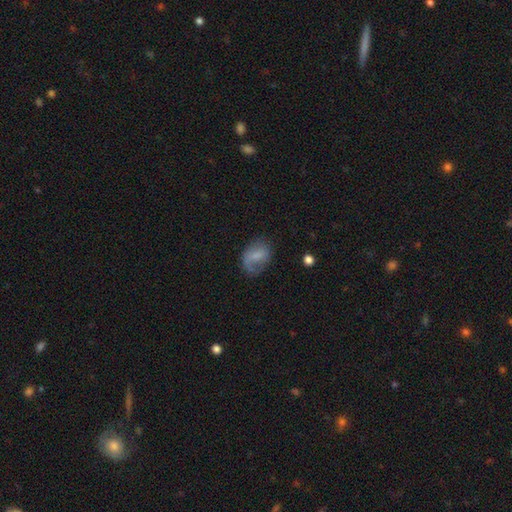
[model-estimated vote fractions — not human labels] This is likely a smooth galaxy (62%). How rounded: likely in between (72%). Merging: possibly none (49%).